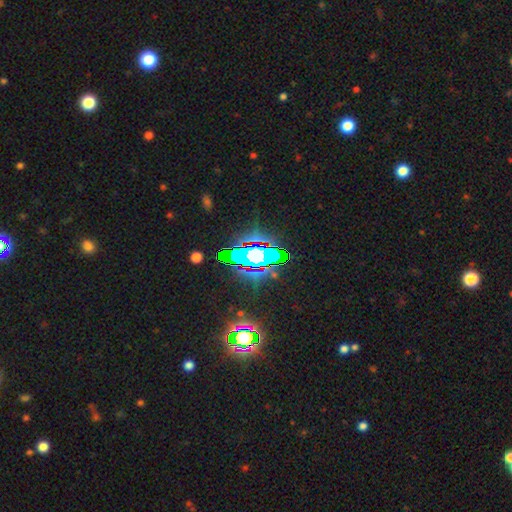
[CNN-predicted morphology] Smooth or featured?
  - star or artifact: 61% *
  - smooth: 20%
  - featured or disk: 19%